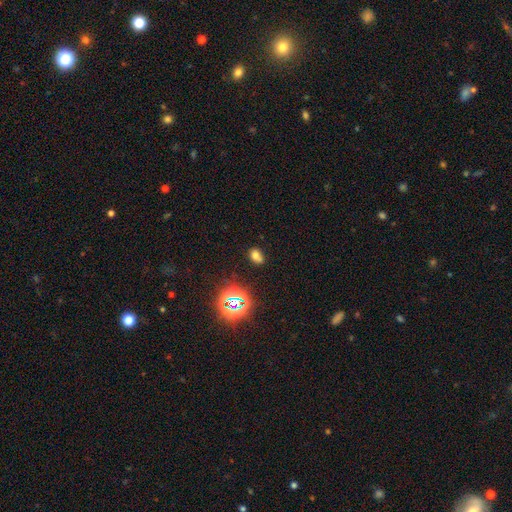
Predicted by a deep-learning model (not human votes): Smooth or featured: smooth — 63% (star or artifact — 25%)
How rounded: in between — 66% (round — 33%)
Merging: none — 52% (merger — 25%)